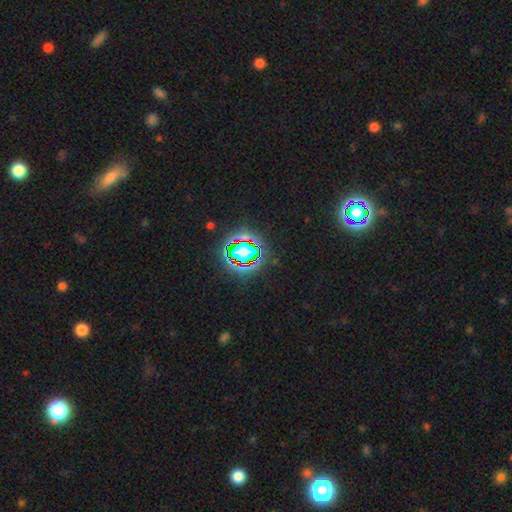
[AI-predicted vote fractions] Smooth or featured: star or artifact — 79% (smooth — 13%)